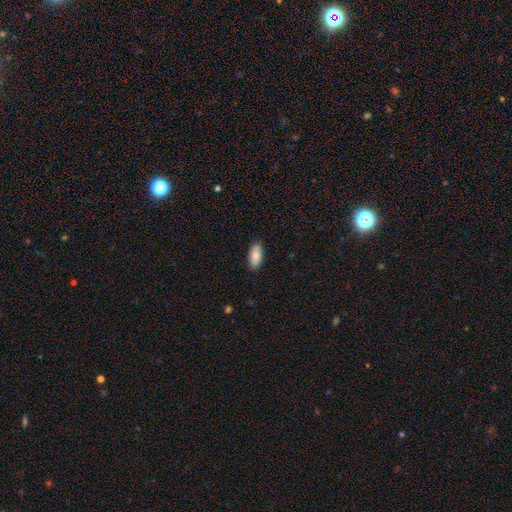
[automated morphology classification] The model was most divided on "smooth or featured": smooth: 85%, featured or disk: 9%, star or artifact: 6%. More confident: how rounded — in between (92%); merging — none (89%).